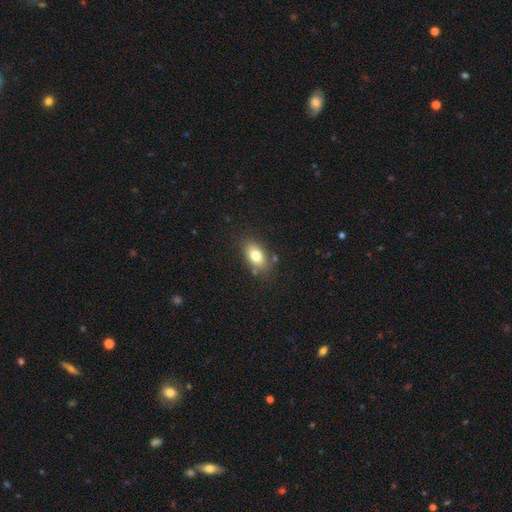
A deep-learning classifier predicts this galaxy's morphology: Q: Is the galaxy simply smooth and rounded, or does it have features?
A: smooth — 78%.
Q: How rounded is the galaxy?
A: in between — 85%.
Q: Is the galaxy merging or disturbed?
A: none — 79%.